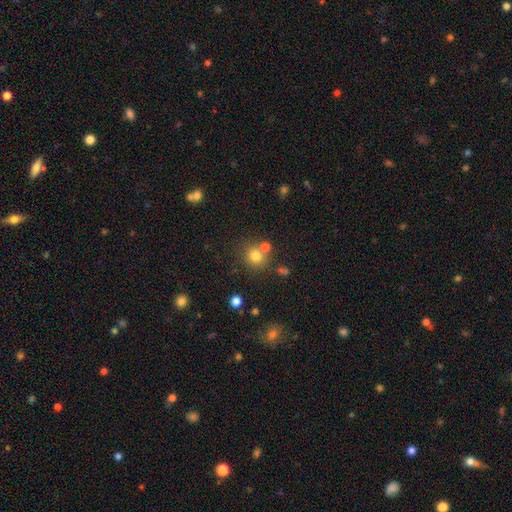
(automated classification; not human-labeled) Morphology: type=smooth (76%); roundness=round (86%); merging=none (67%).